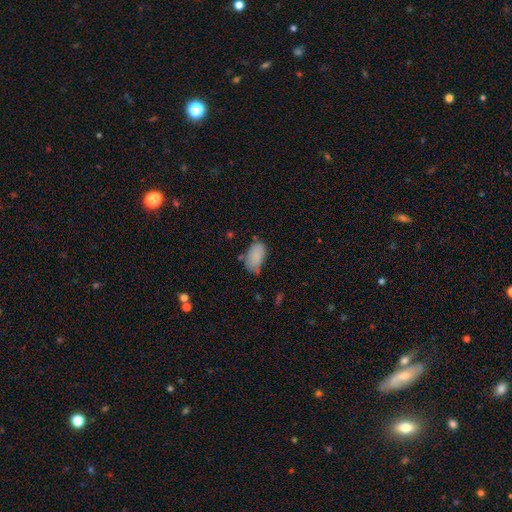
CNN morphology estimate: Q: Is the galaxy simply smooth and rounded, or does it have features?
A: smooth — 84%.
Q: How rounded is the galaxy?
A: in between — 93%.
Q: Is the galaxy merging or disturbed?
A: none — 57%.